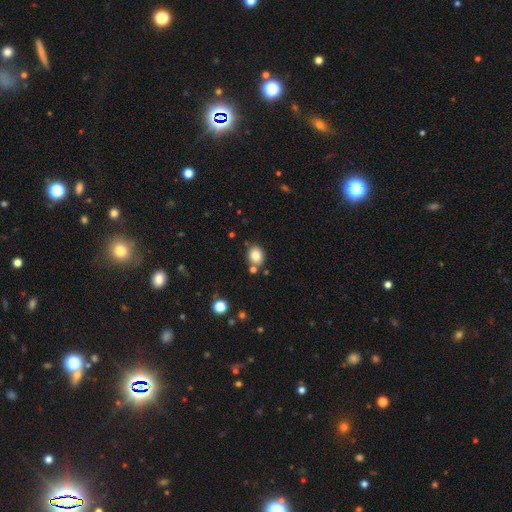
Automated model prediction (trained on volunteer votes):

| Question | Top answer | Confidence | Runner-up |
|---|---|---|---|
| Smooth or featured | smooth | 82% | star or artifact (10%) |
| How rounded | round | 56% | in between (43%) |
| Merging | none | 77% | minor disturbance (11%) |